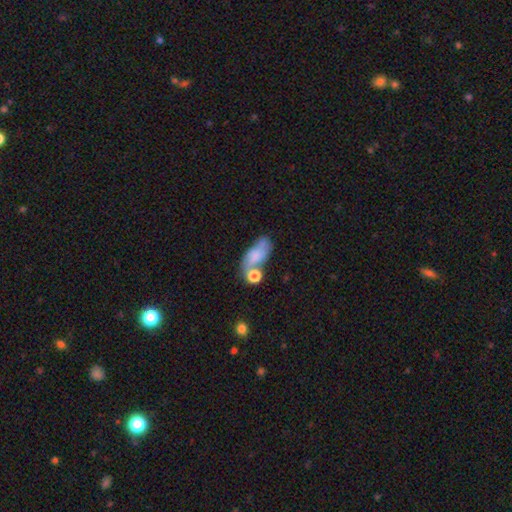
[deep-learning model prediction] Smooth or featured? smooth (53%)
How rounded? in between (82%)
Merging? none (38%)